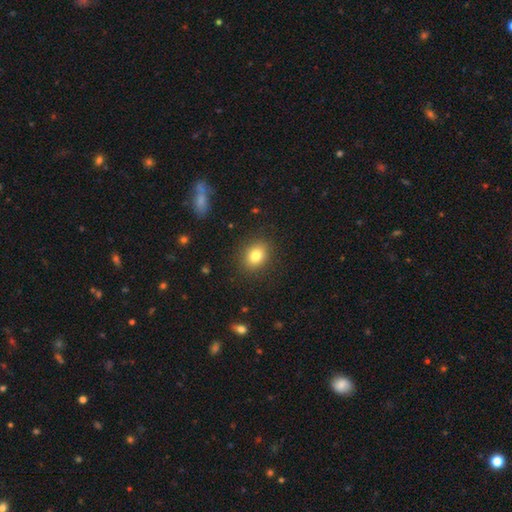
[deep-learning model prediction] Morphology: type=smooth (81%); roundness=in between (50%); merging=none (88%).